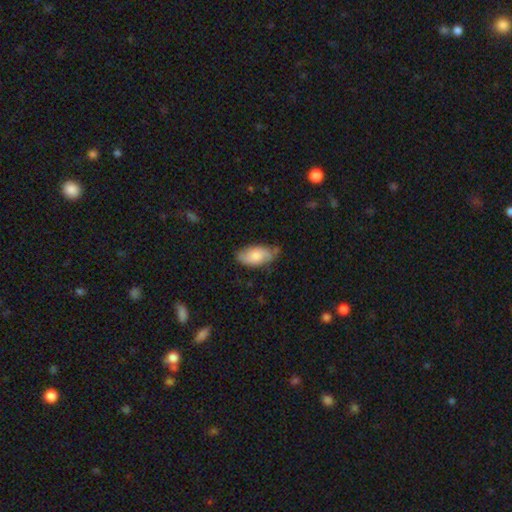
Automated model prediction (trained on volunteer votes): Smooth or featured? Predicted: smooth (p=0.71). How rounded? Predicted: in between (p=0.92). Merging? Predicted: none (p=0.63).